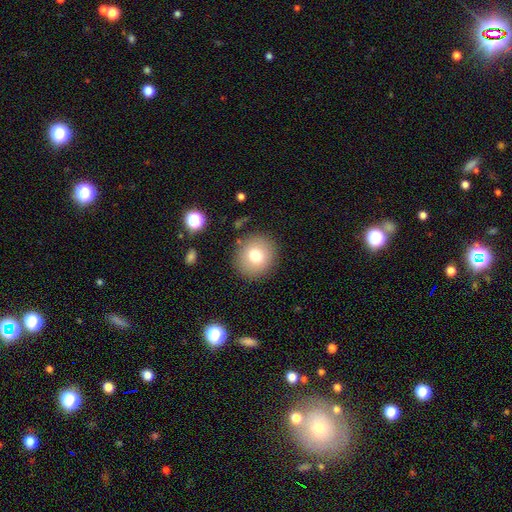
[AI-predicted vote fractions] smooth-or-featured: smooth: 75% | featured or disk: 14% | star or artifact: 11%
  how-rounded: round: 89% | in between: 10% | cigar-shaped: 1%
  merging: none: 87% | minor disturbance: 8% | major disturbance: 3% | merger: 2%